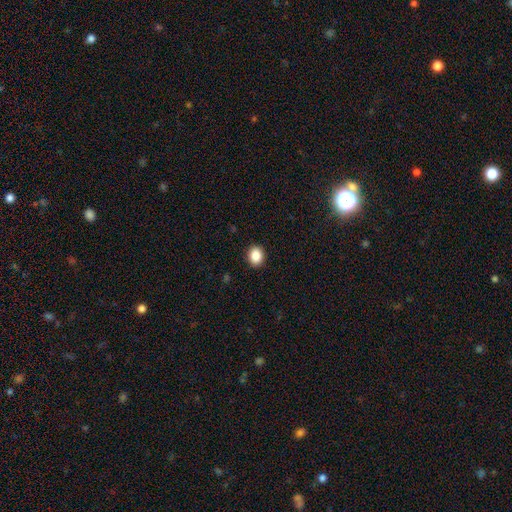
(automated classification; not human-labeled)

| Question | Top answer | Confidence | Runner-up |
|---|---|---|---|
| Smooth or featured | smooth | 87% | star or artifact (9%) |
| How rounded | round | 57% | in between (42%) |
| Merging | none | 91% | minor disturbance (6%) |